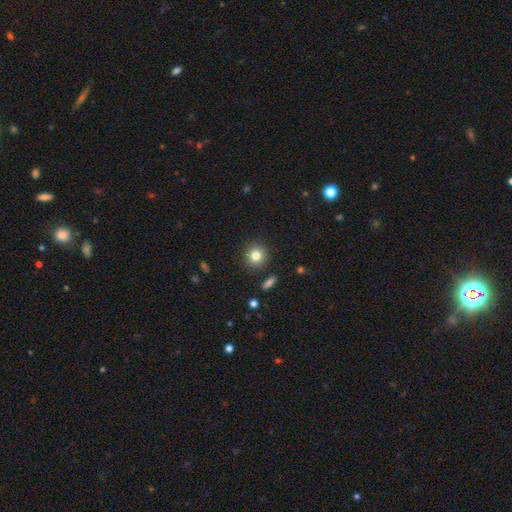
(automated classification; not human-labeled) Smooth or featured? smooth (80%)
How rounded? round (93%)
Merging? none (89%)